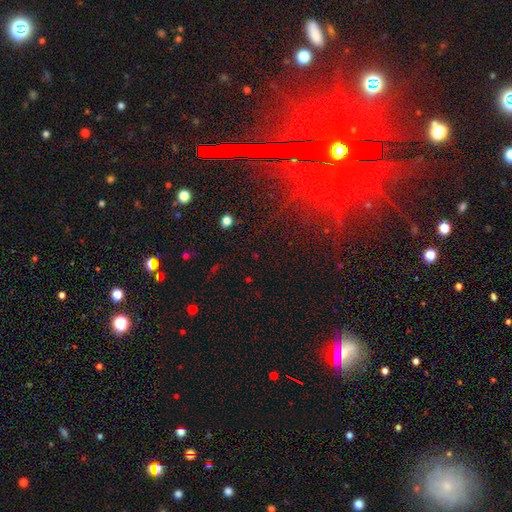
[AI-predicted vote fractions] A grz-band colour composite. It shows a star or artifact, not a galaxy (58%).